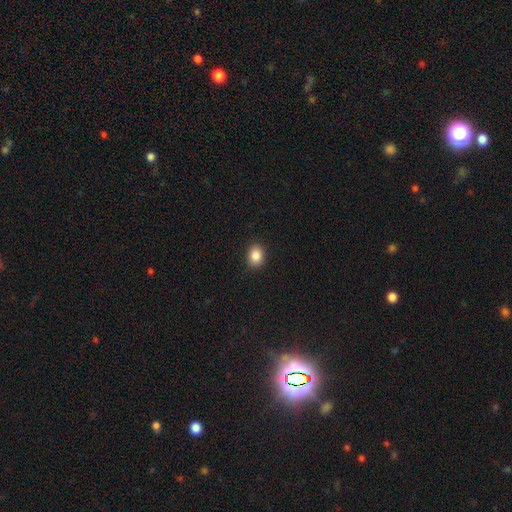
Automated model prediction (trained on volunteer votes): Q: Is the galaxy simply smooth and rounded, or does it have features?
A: smooth — 86%.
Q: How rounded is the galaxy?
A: in between — 54%.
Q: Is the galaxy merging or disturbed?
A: none — 89%.